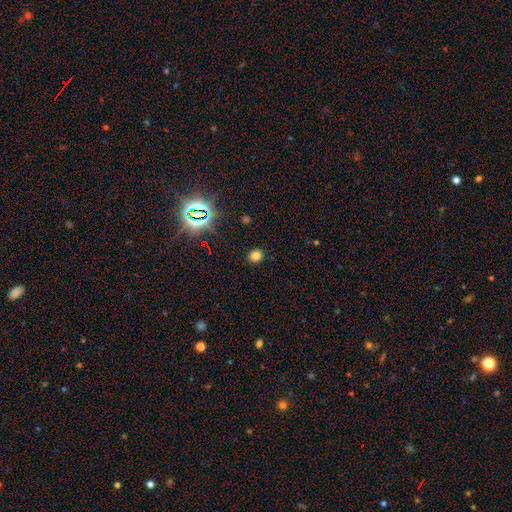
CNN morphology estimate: Smooth or featured?
  - smooth: 75% *
  - star or artifact: 20%
  - featured or disk: 5%
How rounded?
  - round: 79% *
  - in between: 20%
  - cigar-shaped: 1%
Merging?
  - none: 89% *
  - minor disturbance: 7%
  - major disturbance: 3%
  - merger: 1%